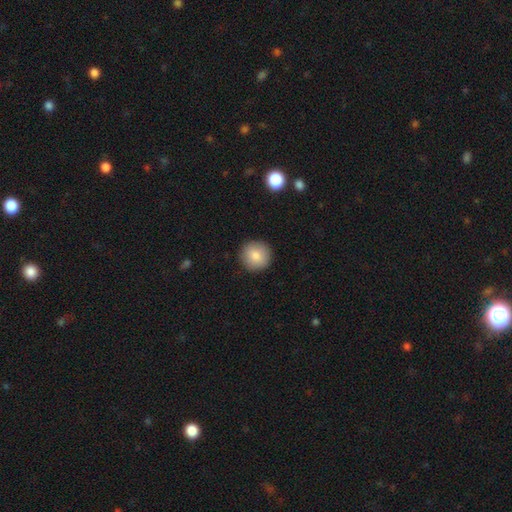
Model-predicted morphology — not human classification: This is clearly a smooth galaxy (84%). How rounded: clearly round (95%). Merging: clearly none (91%).